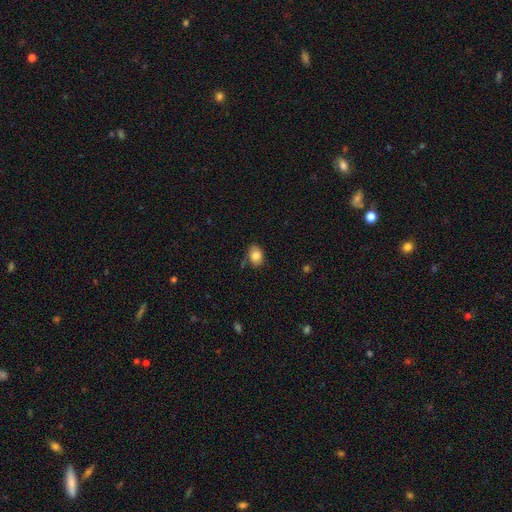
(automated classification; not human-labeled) smooth_or_featured: smooth (p=0.83) [alt: star or artifact p=0.09]
how_rounded: in between (p=0.70) [alt: round p=0.29]
merging: none (p=0.70) [alt: minor disturbance p=0.22]